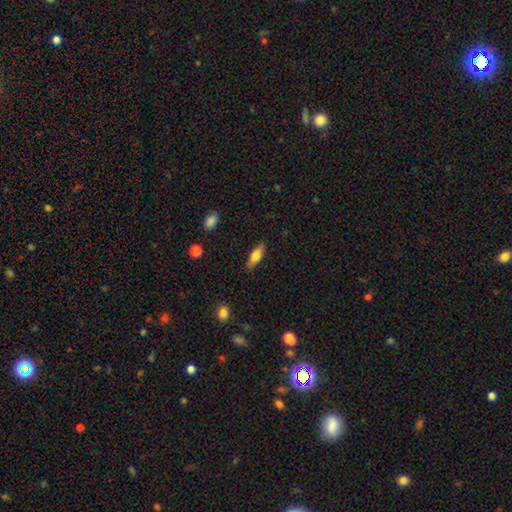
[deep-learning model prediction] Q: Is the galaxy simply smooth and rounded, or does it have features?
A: smooth — 70%.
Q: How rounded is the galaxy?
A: in between — 68%.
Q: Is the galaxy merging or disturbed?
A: none — 85%.